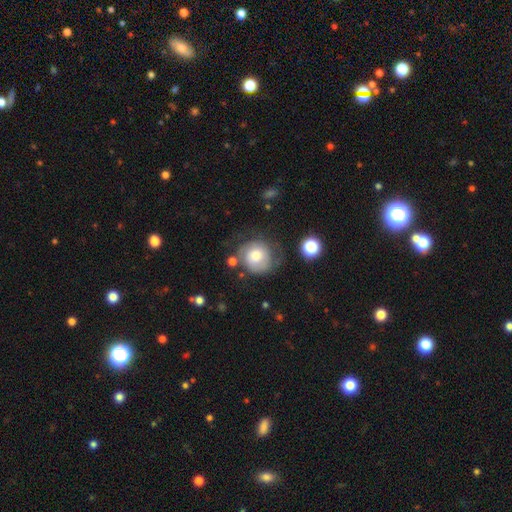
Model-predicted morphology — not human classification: Smooth or featured: smooth — 57% (featured or disk — 34%)
How rounded: round — 86% (in between — 13%)
Merging: none — 53% (minor disturbance — 24%)